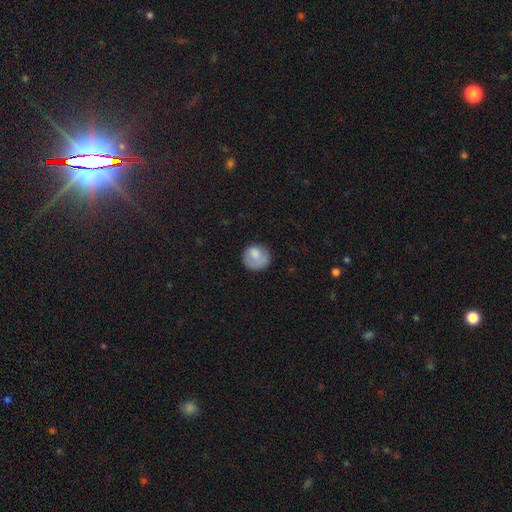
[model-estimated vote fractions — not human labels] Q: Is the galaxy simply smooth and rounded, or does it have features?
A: smooth — 78%.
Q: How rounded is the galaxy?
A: round — 85%.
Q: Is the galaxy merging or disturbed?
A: none — 67%.